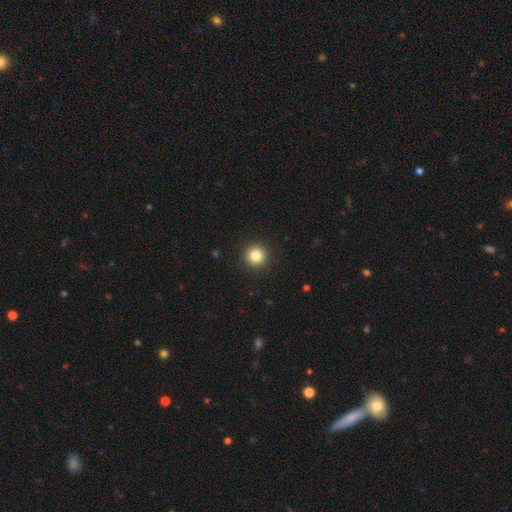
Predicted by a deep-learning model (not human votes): Smooth or featured?
  - smooth: 83% *
  - star or artifact: 11%
  - featured or disk: 6%
How rounded?
  - round: 95% *
  - in between: 4%
  - cigar-shaped: 1%
Merging?
  - none: 92% *
  - minor disturbance: 5%
  - major disturbance: 2%
  - merger: 1%